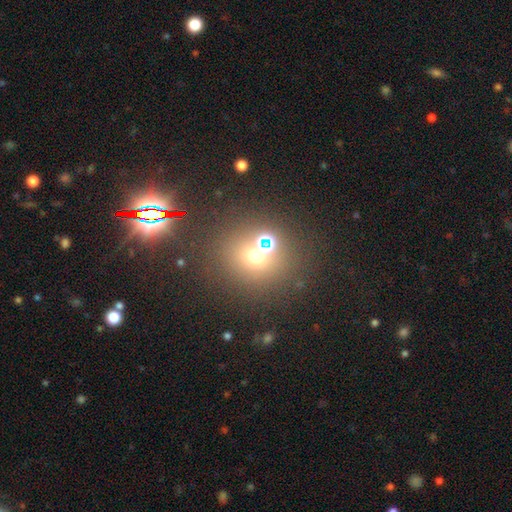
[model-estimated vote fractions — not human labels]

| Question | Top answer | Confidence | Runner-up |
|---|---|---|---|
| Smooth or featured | smooth | 53% | star or artifact (35%) |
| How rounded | round | 82% | in between (17%) |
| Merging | none | 68% | merger (17%) |